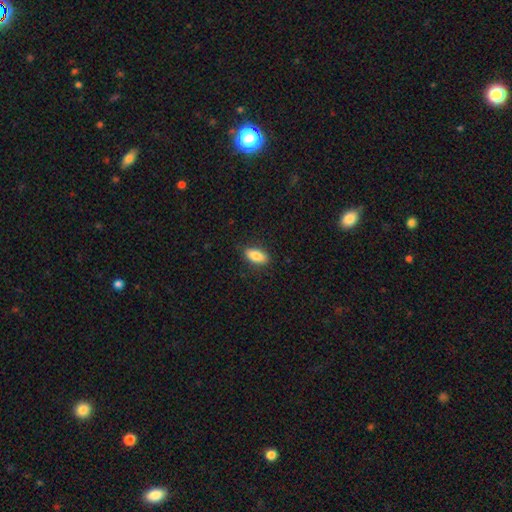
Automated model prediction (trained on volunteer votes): This is clearly a smooth galaxy (84%). How rounded: clearly in between (85%). Merging: clearly none (85%).